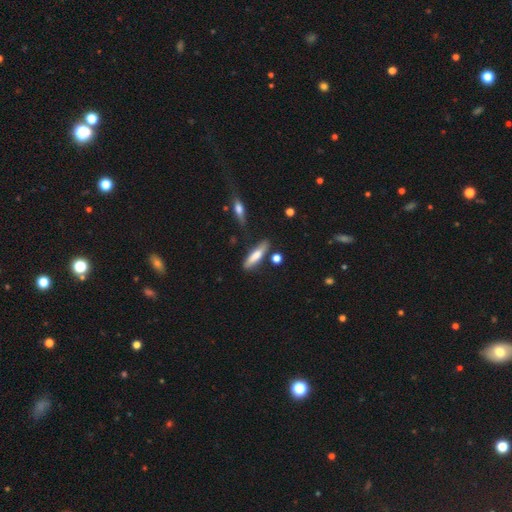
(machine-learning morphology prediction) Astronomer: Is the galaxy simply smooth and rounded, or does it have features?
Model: smooth — 70%.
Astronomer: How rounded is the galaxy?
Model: cigar-shaped — 69%.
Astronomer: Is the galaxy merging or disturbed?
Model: none — 75%.